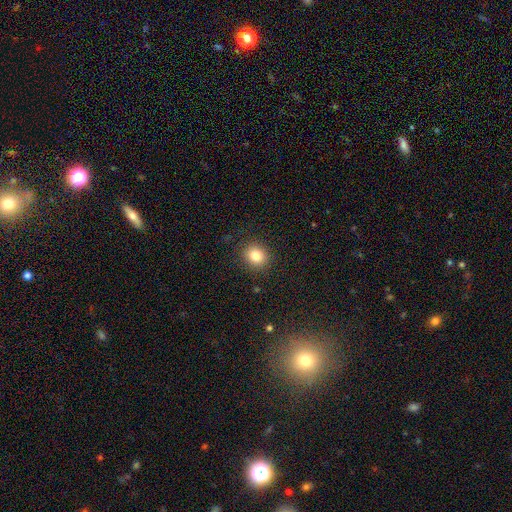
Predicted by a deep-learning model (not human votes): smooth-or-featured: smooth: 83% | star or artifact: 11% | featured or disk: 7%
  how-rounded: round: 79% | in between: 20% | cigar-shaped: 1%
  merging: none: 89% | minor disturbance: 7% | major disturbance: 2% | merger: 1%